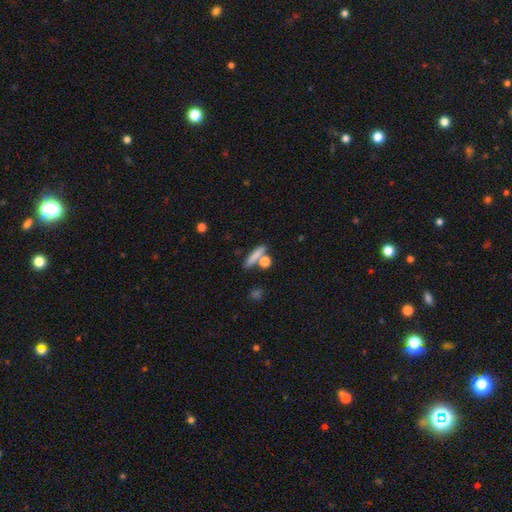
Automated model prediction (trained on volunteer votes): This appears to be a smooth galaxy with no disk features (77%) that is cigar-shaped (66%). Merging: none (67%).